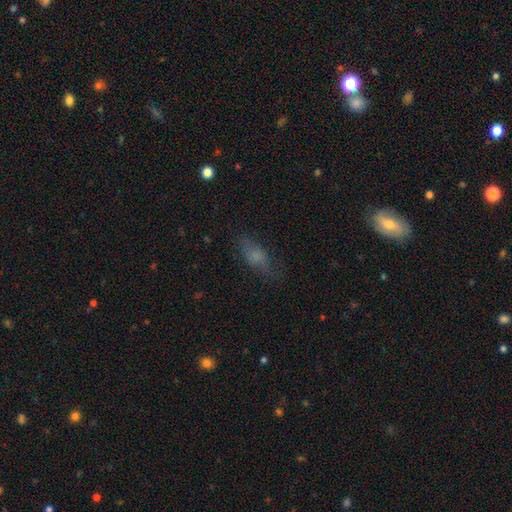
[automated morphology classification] type=smooth (64%); roundness=in between (69%); merging=none (69%).